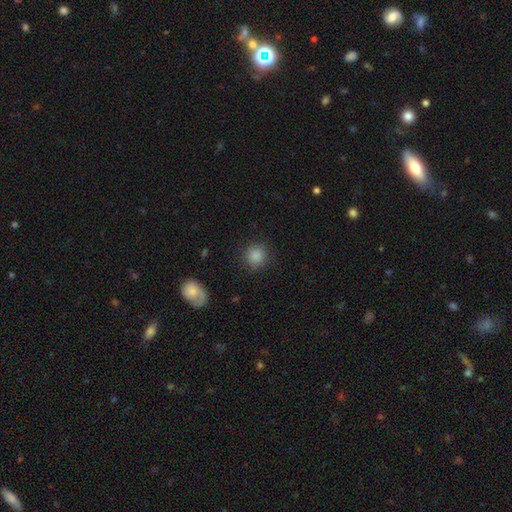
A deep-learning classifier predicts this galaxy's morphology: The model was most divided on "smooth or featured": smooth: 86%, star or artifact: 10%, featured or disk: 4%. More confident: how rounded — round (91%); merging — none (87%).